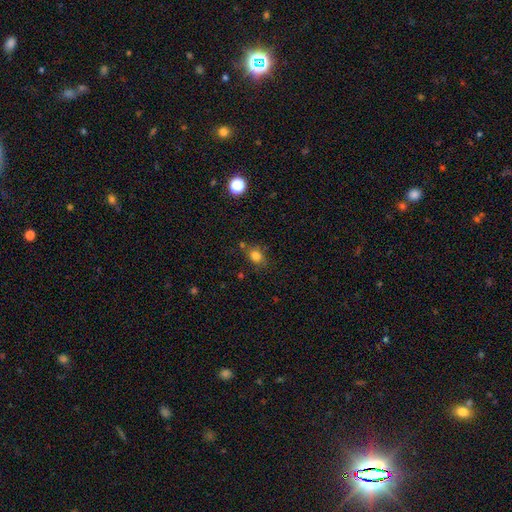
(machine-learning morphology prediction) This is likely a smooth galaxy (80%). How rounded: possibly round (52%). Merging: likely none (71%).